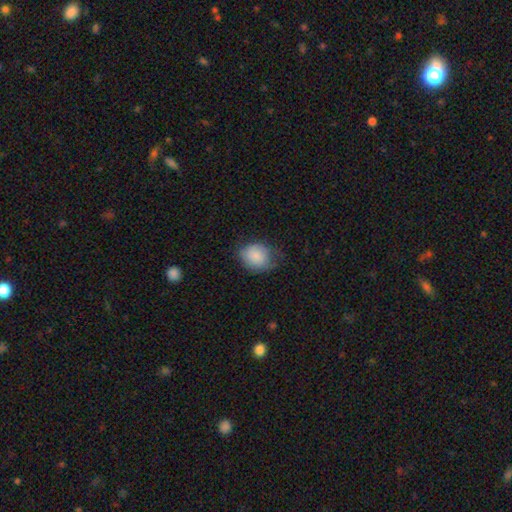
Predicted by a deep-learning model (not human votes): Q: Smooth or featured?
A: smooth (83%); runner-up: featured or disk (10%)
Q: How rounded?
A: round (55%); runner-up: in between (44%)
Q: Merging?
A: none (55%); runner-up: minor disturbance (33%)